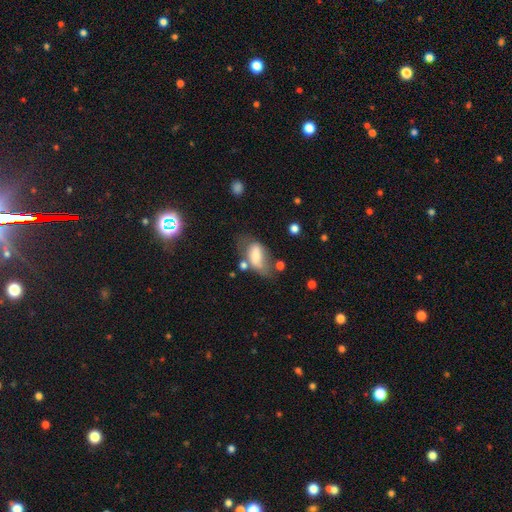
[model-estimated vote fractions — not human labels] smooth-or-featured: smooth: 67% | featured or disk: 24% | star or artifact: 9%
  how-rounded: in between: 90% | cigar-shaped: 5% | round: 5%
  merging: none: 31% | major disturbance: 28% | minor disturbance: 27% | merger: 14%